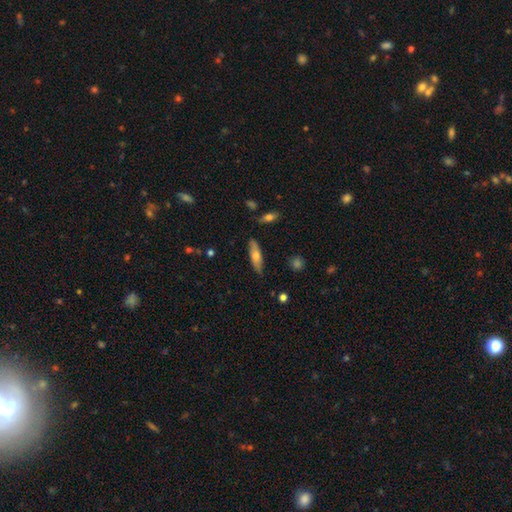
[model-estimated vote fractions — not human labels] Smooth or featured? Predicted: smooth (p=0.63). How rounded? Predicted: cigar-shaped (p=0.53). Merging? Predicted: none (p=0.82).